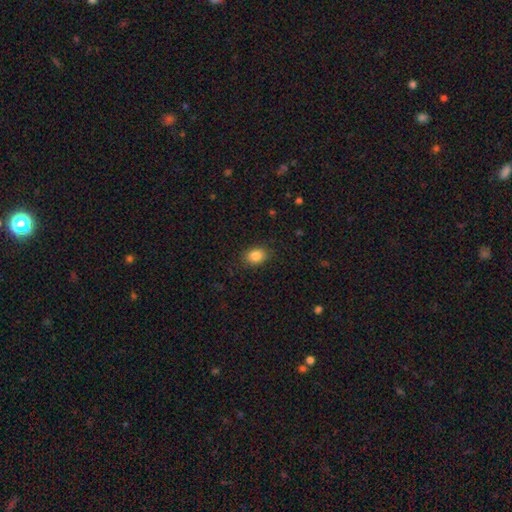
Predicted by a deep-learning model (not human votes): Smooth or featured? Predicted: smooth (p=0.86). How rounded? Predicted: in between (p=0.64). Merging? Predicted: none (p=0.86).